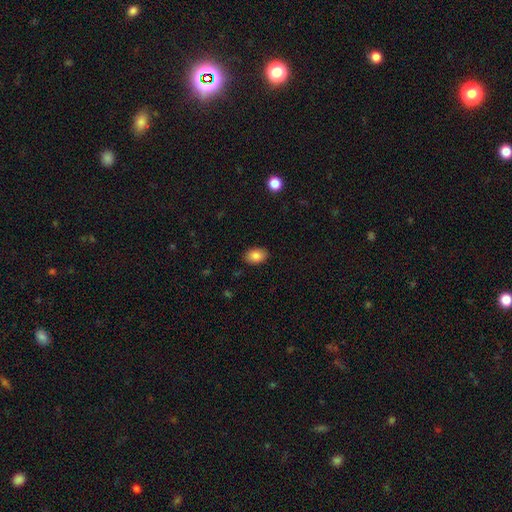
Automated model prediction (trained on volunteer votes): This appears to be a smooth galaxy with no disk features (86%) that is in between round and cigar-shaped (85%). Merging: none (88%).